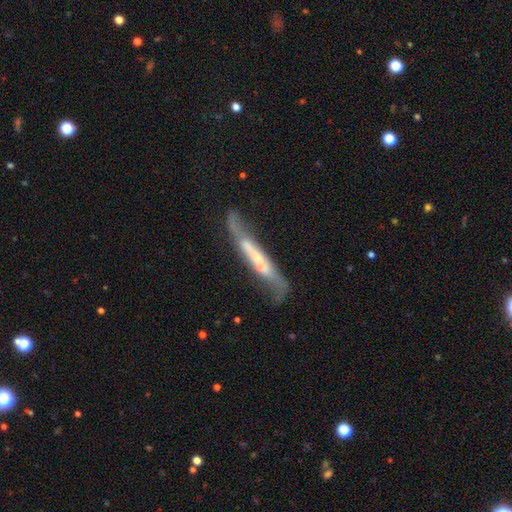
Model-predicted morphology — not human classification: type=featured or disk (68%); edge-on=yes (61%); merging=none (41%).